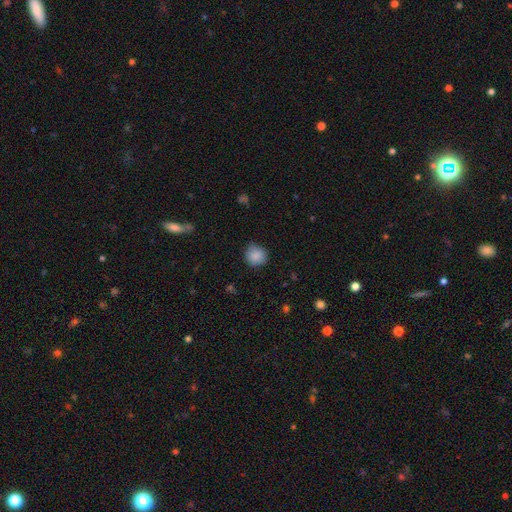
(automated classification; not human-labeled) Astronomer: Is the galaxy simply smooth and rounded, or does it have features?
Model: smooth — 87%.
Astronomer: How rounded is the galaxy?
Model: round — 90%.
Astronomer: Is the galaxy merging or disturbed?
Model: none — 81%.